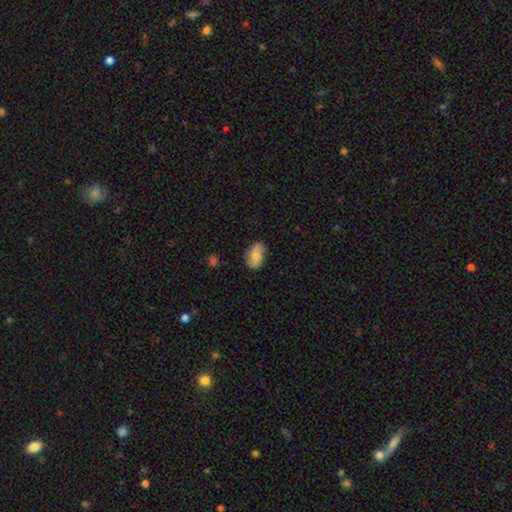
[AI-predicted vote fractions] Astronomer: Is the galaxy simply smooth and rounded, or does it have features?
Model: smooth — 72%.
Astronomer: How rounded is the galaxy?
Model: in between — 91%.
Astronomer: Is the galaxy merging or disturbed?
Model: none — 79%.